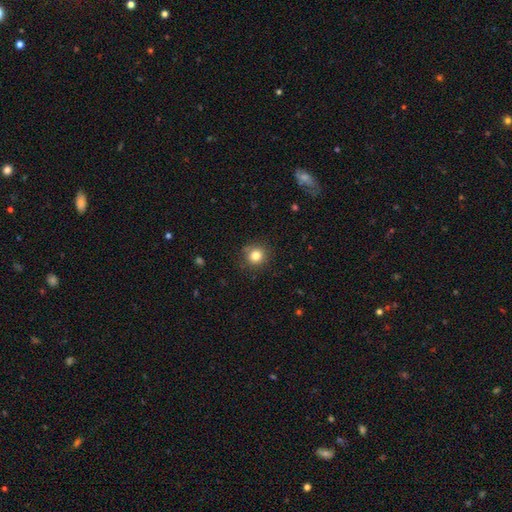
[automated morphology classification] Q: Smooth or featured?
A: smooth (81%); runner-up: star or artifact (12%)
Q: How rounded?
A: round (91%); runner-up: in between (8%)
Q: Merging?
A: none (85%); runner-up: minor disturbance (9%)